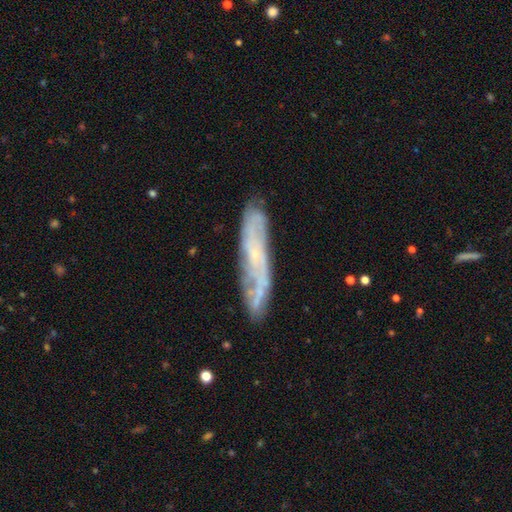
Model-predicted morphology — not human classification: smooth-or-featured: featured or disk: 71% | smooth: 21% | star or artifact: 8%
  disk-edge-on: no: 60% | yes: 40%
  merging: none: 79% | minor disturbance: 15% | major disturbance: 3% | merger: 2%